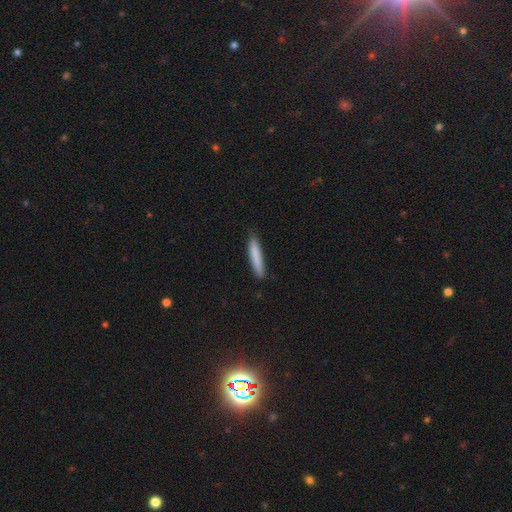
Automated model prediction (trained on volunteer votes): A smooth galaxy with no disk features (82%) that is cigar-shaped (93%). Merging: none (85%).